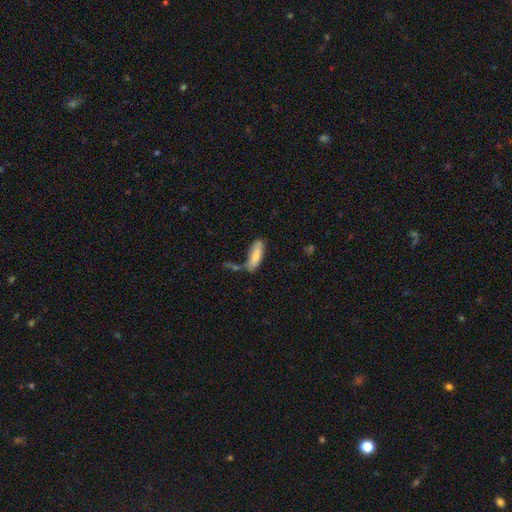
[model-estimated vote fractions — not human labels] A smooth galaxy with no disk features (75%) that is in between round and cigar-shaped (53%). Merging: none (50%).